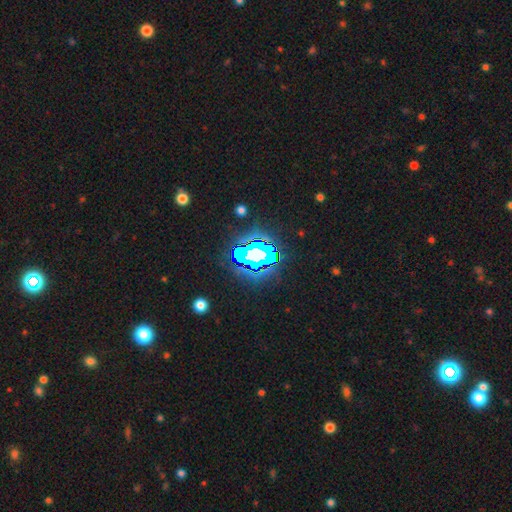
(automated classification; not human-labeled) Smooth or featured: star or artifact — 67% (featured or disk — 18%)